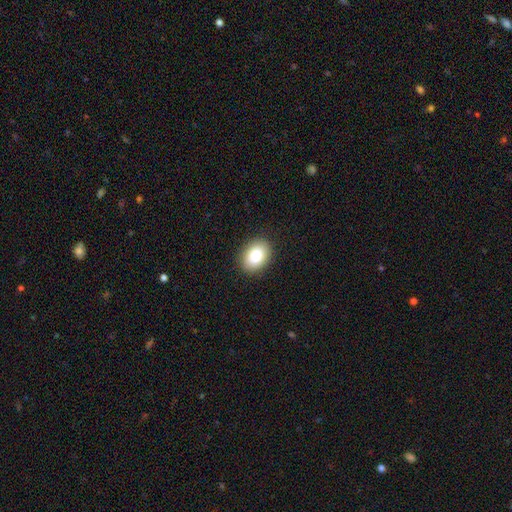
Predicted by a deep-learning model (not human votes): This appears to be a smooth galaxy with no disk features (83%) that is in between round and cigar-shaped (73%). Merging: none (89%).